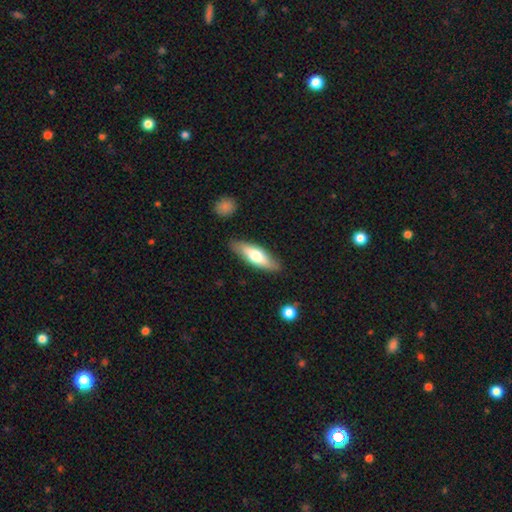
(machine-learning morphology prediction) Smooth or featured?
  - smooth: 58% *
  - featured or disk: 36%
  - star or artifact: 5%
How rounded?
  - cigar-shaped: 50% *
  - in between: 48%
  - round: 2%
Merging?
  - none: 85% *
  - minor disturbance: 11%
  - major disturbance: 2%
  - merger: 2%